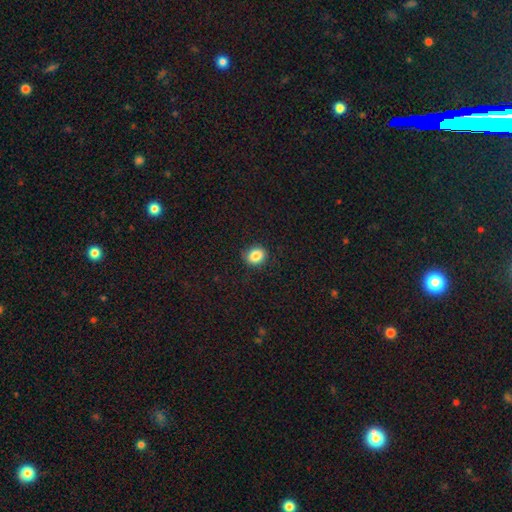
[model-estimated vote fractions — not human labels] Smooth or featured? Predicted: smooth (p=0.85). How rounded? Predicted: round (p=0.63). Merging? Predicted: none (p=0.87).